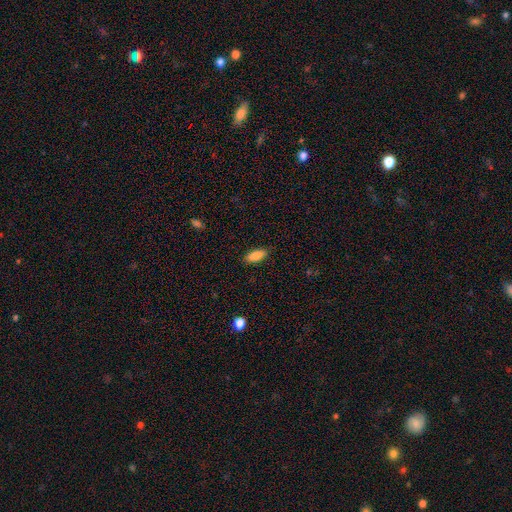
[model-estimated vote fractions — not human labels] smooth 88%, star or artifact 7%, featured or disk 6%. Down the decision tree: how rounded — in between (81%); merging — none (87%).